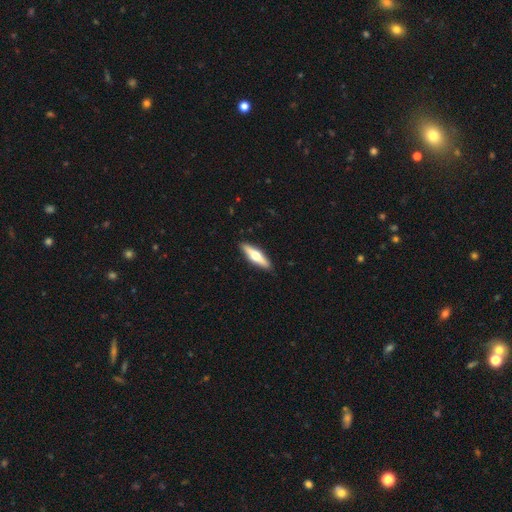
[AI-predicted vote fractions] smooth_or_featured: featured or disk (p=0.54) [alt: smooth p=0.41]
disk_edge_on: yes (p=0.94) [alt: no p=0.06]
edge_on_bulge: rounded (p=0.95) [alt: boxy p=0.03]
merging: none (p=0.91) [alt: minor disturbance p=0.07]